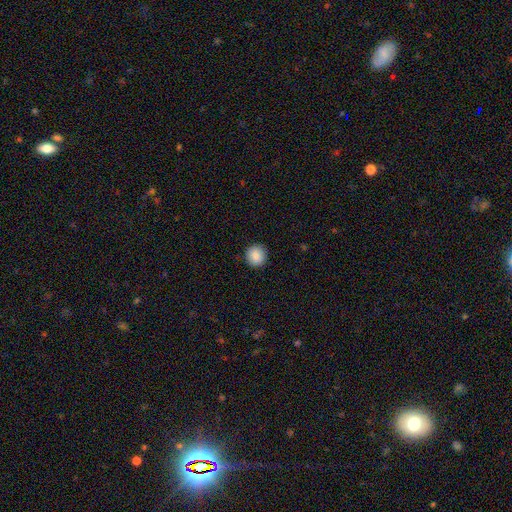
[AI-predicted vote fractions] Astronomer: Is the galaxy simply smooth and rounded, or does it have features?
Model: smooth — 88%.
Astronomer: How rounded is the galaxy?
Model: round — 93%.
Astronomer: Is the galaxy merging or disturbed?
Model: none — 91%.